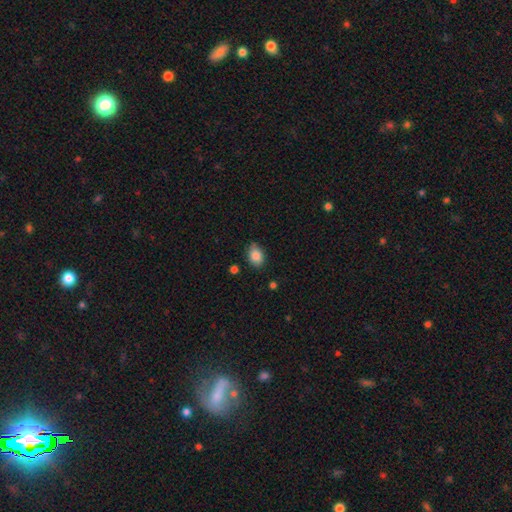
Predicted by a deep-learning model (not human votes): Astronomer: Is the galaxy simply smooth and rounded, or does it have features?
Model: smooth — 86%.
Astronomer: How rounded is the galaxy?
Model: in between — 73%.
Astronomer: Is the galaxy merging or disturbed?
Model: none — 75%.